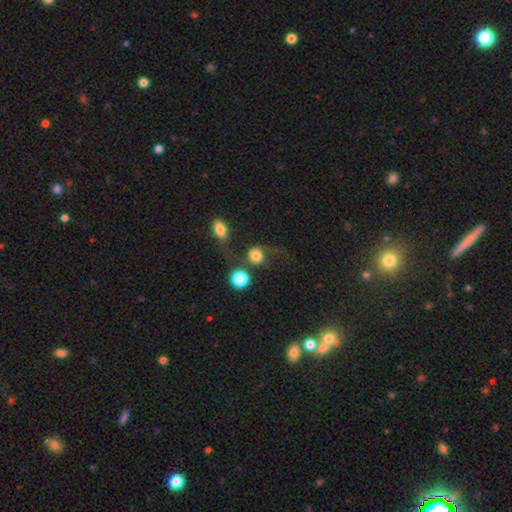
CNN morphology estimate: Overall: smooth (72%). How rounded: round (83%). Merging: none (44%; major disturbance 21%).